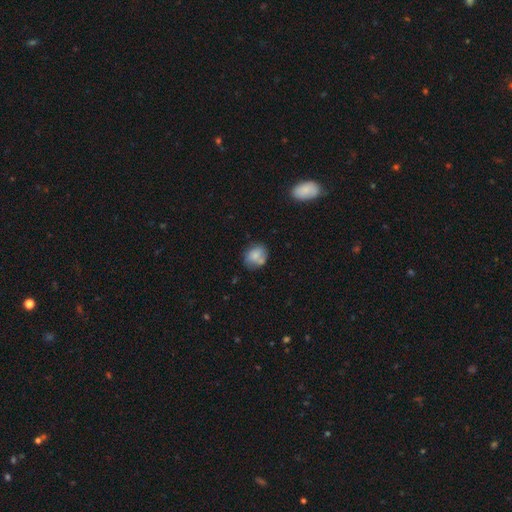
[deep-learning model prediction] The model was most divided on "how rounded": round: 55%, in between: 44%, cigar-shaped: 1%. More confident: smooth or featured — smooth (73%); merging — none (55%).